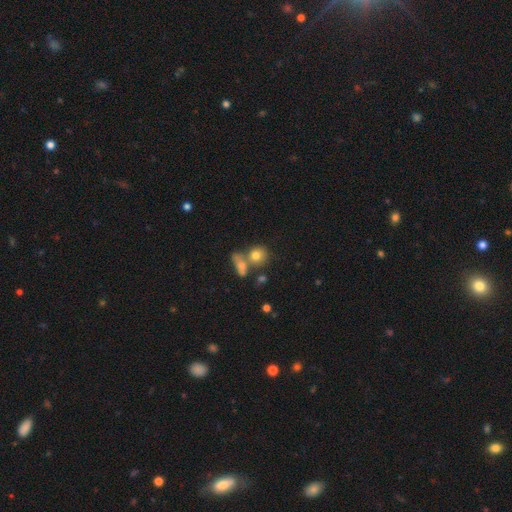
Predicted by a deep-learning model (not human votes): Q: Smooth or featured?
A: smooth (76%); runner-up: featured or disk (13%)
Q: How rounded?
A: round (73%); runner-up: in between (25%)
Q: Merging?
A: none (48%); runner-up: merger (35%)